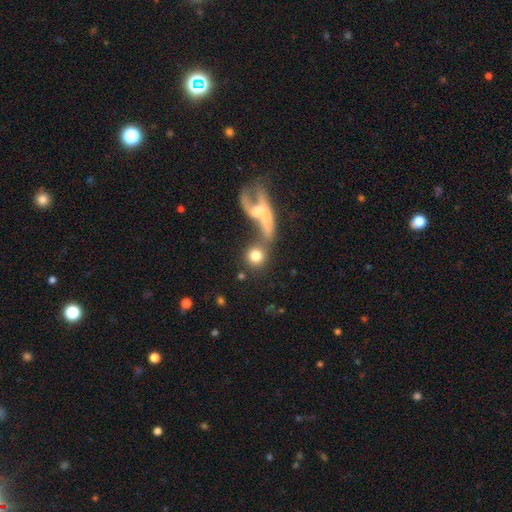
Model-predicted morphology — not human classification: smooth_or_featured: smooth (p=0.76) [alt: featured or disk p=0.15]
how_rounded: round (p=0.86) [alt: in between p=0.11]
merging: none (p=0.43) [alt: merger p=0.37]